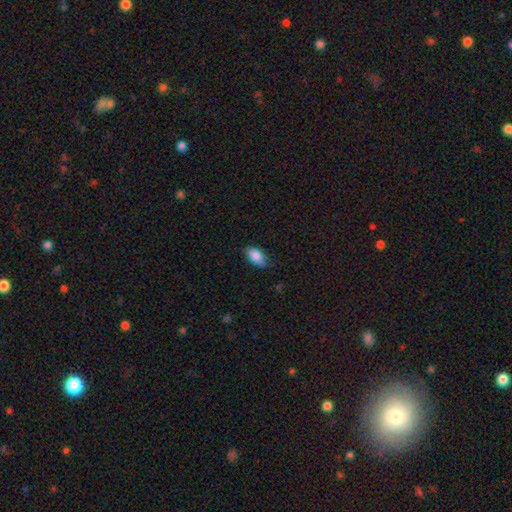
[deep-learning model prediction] Morphology: type=smooth (84%); roundness=in between (92%); merging=none (75%).